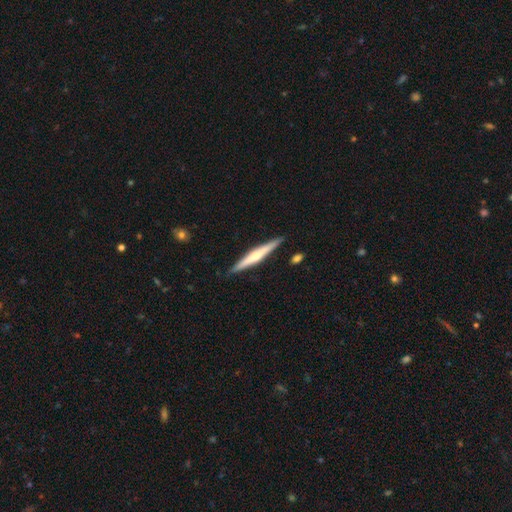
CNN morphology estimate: type=featured or disk (60%); edge-on=yes (97%); edge-on bulge=rounded (77%); merging=none (89%).